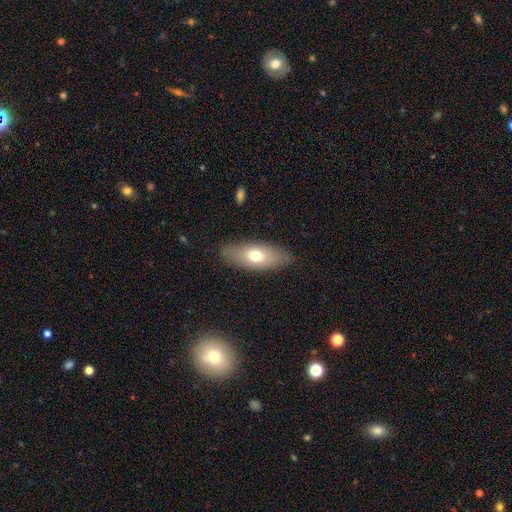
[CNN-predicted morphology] smooth-or-featured: smooth: 67% | featured or disk: 26% | star or artifact: 6%
  how-rounded: in between: 78% | cigar-shaped: 18% | round: 3%
  merging: none: 84% | minor disturbance: 12% | major disturbance: 3% | merger: 1%